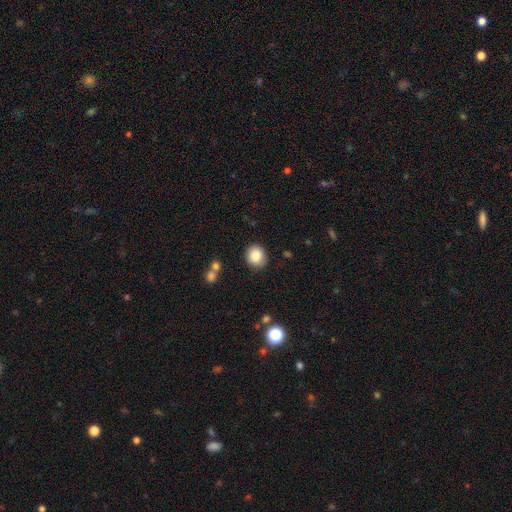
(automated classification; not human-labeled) Smooth or featured?
  - smooth: 86% *
  - star or artifact: 9%
  - featured or disk: 6%
How rounded?
  - round: 74% *
  - in between: 25%
  - cigar-shaped: 1%
Merging?
  - none: 86% *
  - minor disturbance: 9%
  - major disturbance: 2%
  - merger: 2%